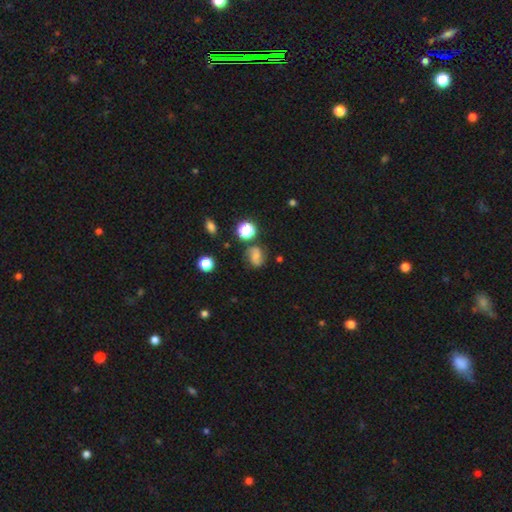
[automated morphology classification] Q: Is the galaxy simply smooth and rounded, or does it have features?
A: featured or disk — 55%.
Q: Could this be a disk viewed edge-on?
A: no — 97%.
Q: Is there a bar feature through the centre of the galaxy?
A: no — 52%.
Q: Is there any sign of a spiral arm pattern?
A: yes — 91%.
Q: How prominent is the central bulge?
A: small — 49%.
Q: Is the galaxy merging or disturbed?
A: none — 71%.